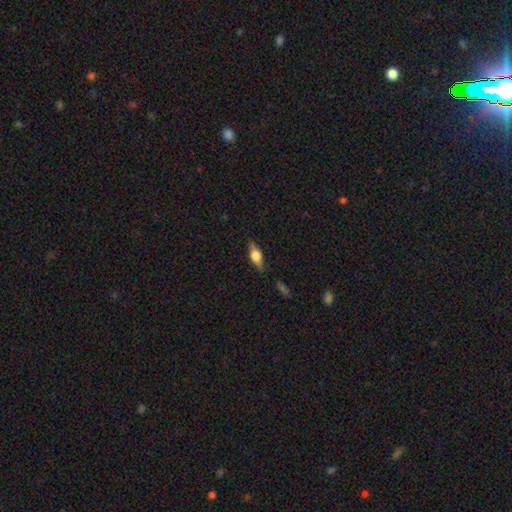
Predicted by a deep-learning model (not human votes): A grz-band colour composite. It shows a featured or disk galaxy (57%) viewed edge-on (94%) with a rounded central bulge (92%). Merging: none (84%).